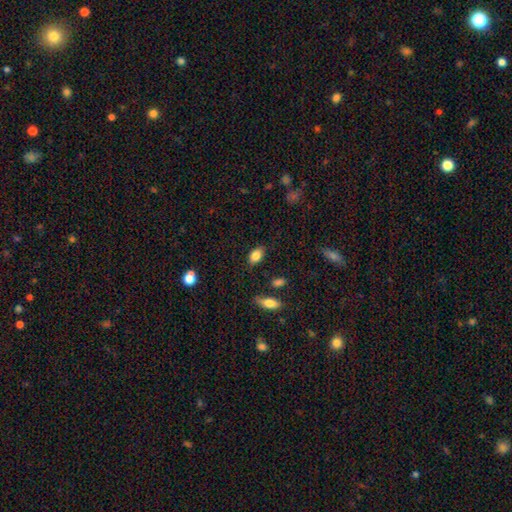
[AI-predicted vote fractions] smooth 83%, star or artifact 8%, featured or disk 8%. Down the decision tree: how rounded — in between (86%); merging — none (82%).